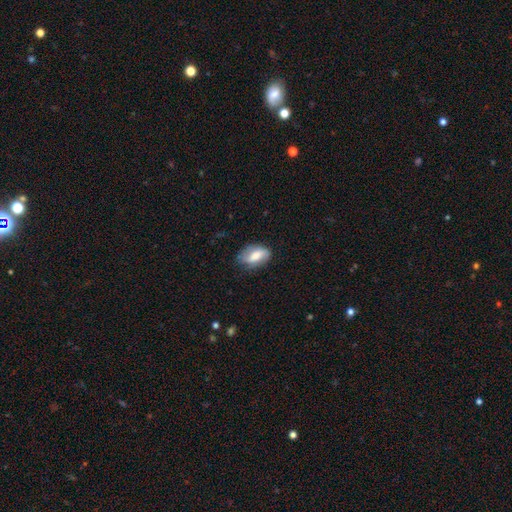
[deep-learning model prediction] Smooth or featured? Predicted: smooth (p=0.54). How rounded? Predicted: in between (p=0.88). Merging? Predicted: none (p=0.70).